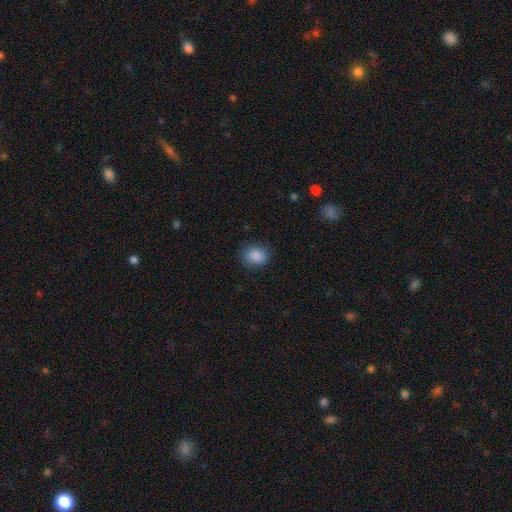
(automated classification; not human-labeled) Smooth or featured?
  - smooth: 88% *
  - star or artifact: 9%
  - featured or disk: 3%
How rounded?
  - round: 57% *
  - in between: 42%
  - cigar-shaped: 1%
Merging?
  - none: 83% *
  - minor disturbance: 13%
  - major disturbance: 3%
  - merger: 1%